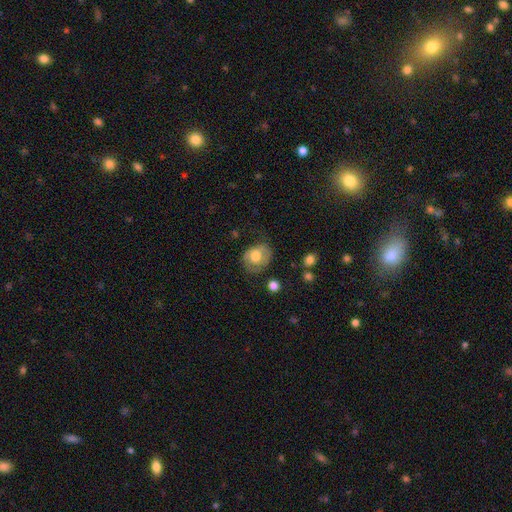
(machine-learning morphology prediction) Smooth or featured?
  - smooth: 59% *
  - featured or disk: 33%
  - star or artifact: 7%
How rounded?
  - round: 55% *
  - in between: 44%
  - cigar-shaped: 1%
Merging?
  - none: 63% *
  - minor disturbance: 24%
  - major disturbance: 11%
  - merger: 2%